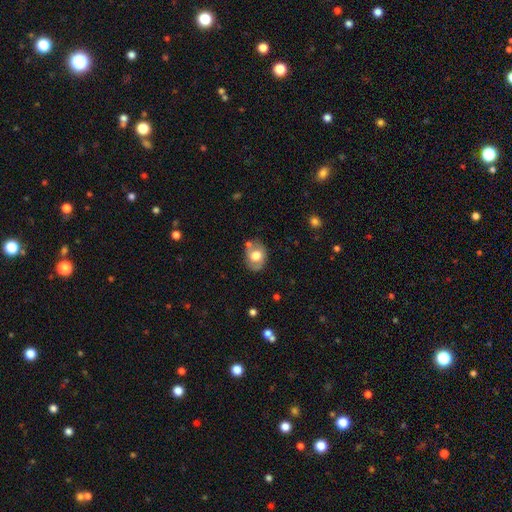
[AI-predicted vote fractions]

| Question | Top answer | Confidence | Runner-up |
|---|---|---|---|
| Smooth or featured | smooth | 58% | featured or disk (34%) |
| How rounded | in between | 64% | round (35%) |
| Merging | none | 64% | minor disturbance (22%) |